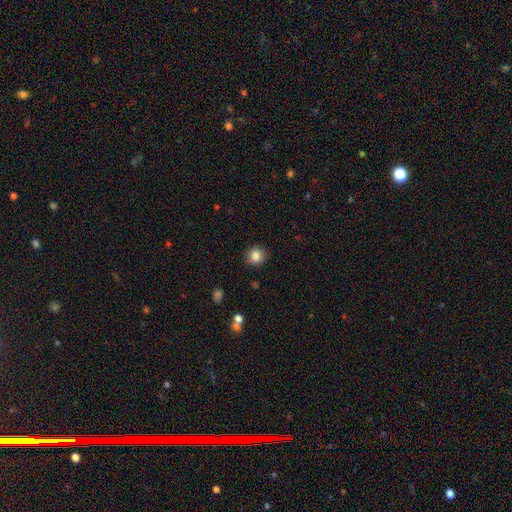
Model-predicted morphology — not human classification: Overall: smooth (84%). How rounded: round (86%). Merging: none (89%).